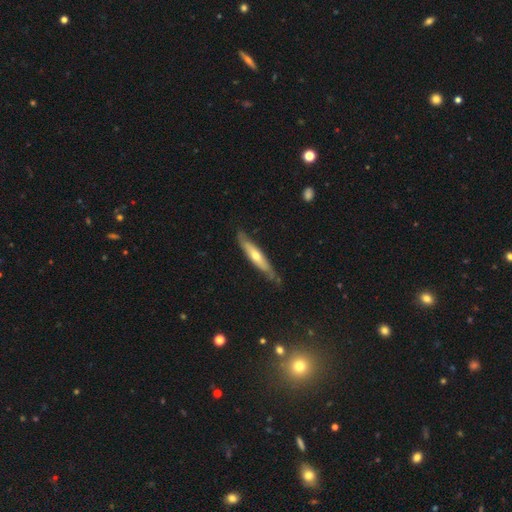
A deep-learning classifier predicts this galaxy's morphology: type=featured or disk (55%); edge-on=yes (82%); merging=none (76%).